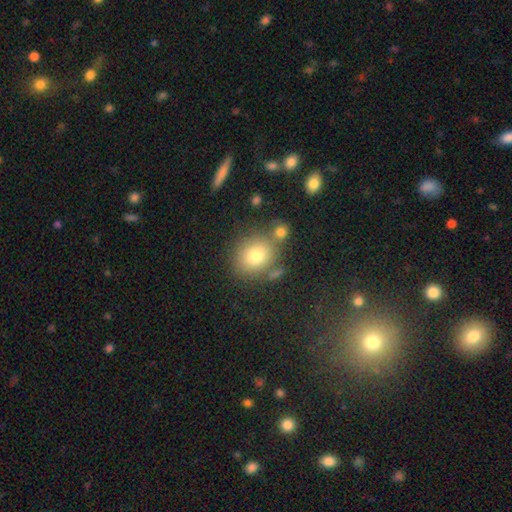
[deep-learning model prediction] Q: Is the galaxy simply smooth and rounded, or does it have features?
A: smooth — 77%.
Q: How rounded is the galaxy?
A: round — 76%.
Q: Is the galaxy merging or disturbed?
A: none — 68%.